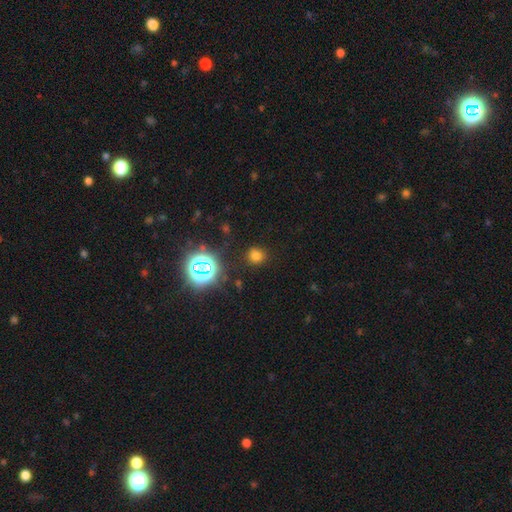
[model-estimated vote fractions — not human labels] Smooth or featured: smooth — 69% (star or artifact — 25%)
How rounded: round — 84% (in between — 15%)
Merging: none — 85% (minor disturbance — 9%)